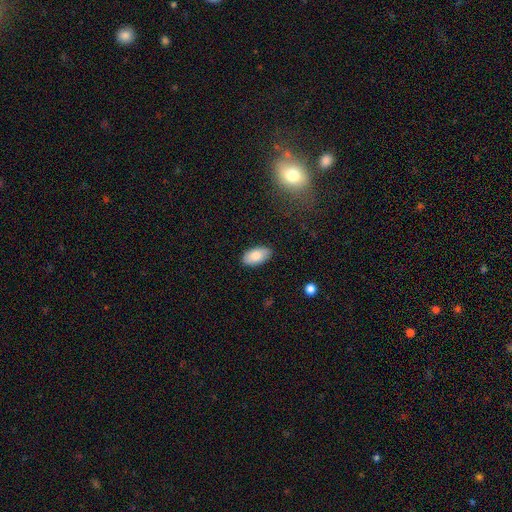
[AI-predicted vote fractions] Smooth or featured? smooth (83%)
How rounded? in between (95%)
Merging? none (87%)